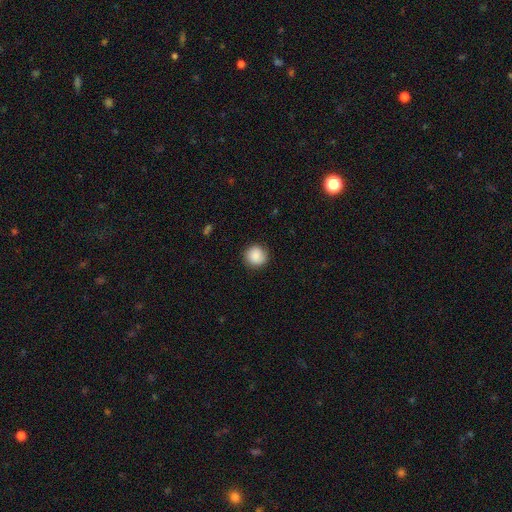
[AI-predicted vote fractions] Smooth or featured?
  - smooth: 87% *
  - star or artifact: 8%
  - featured or disk: 5%
How rounded?
  - round: 94% *
  - in between: 5%
  - cigar-shaped: 1%
Merging?
  - none: 88% *
  - minor disturbance: 8%
  - major disturbance: 2%
  - merger: 1%